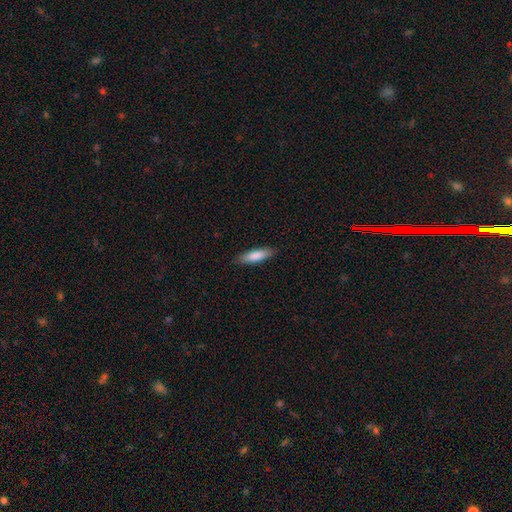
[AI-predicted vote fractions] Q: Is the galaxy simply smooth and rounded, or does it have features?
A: smooth — 83%.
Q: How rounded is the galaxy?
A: cigar-shaped — 62%.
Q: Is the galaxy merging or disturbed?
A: none — 88%.